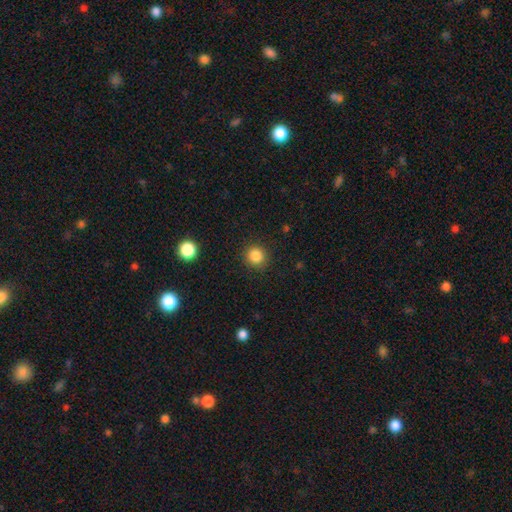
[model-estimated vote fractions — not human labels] Overall: smooth (84%). How rounded: round (91%). Merging: none (90%).